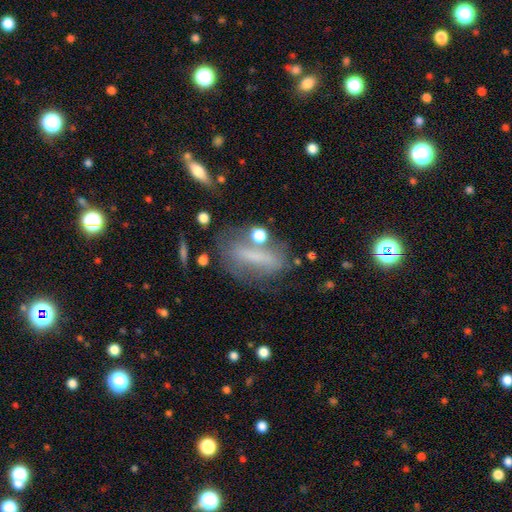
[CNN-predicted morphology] Smooth or featured: smooth — 48% (featured or disk — 36%)
Merging: none — 54% (minor disturbance — 22%)